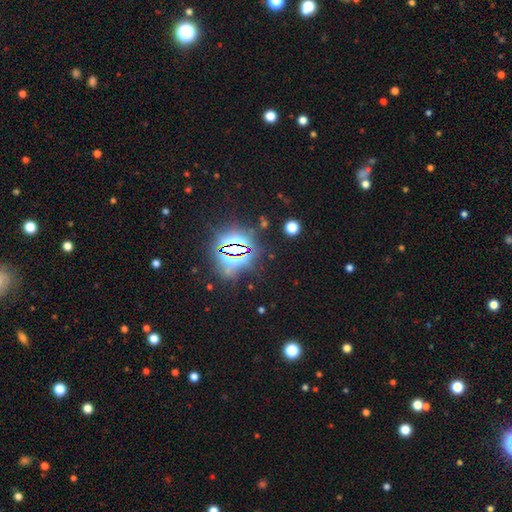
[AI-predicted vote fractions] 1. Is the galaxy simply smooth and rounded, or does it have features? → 78% star or artifact, 13% smooth, 9% featured or disk.